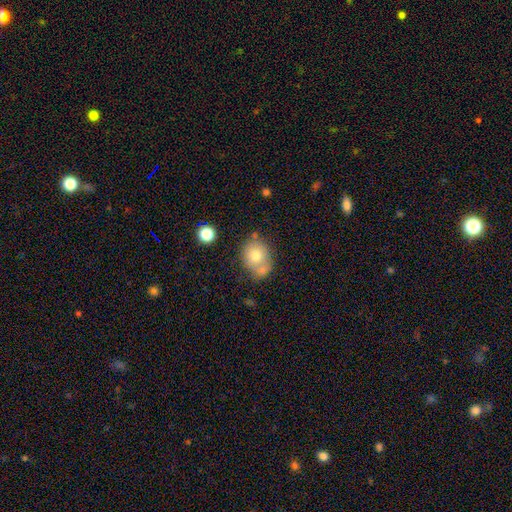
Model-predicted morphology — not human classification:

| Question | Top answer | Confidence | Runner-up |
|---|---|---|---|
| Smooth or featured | smooth | 72% | featured or disk (19%) |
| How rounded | round | 59% | in between (40%) |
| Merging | none | 48% | merger (28%) |